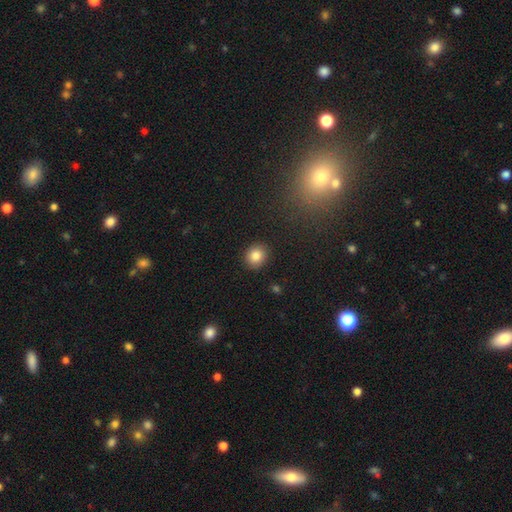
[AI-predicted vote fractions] Smooth or featured? smooth (84%)
How rounded? round (79%)
Merging? none (90%)